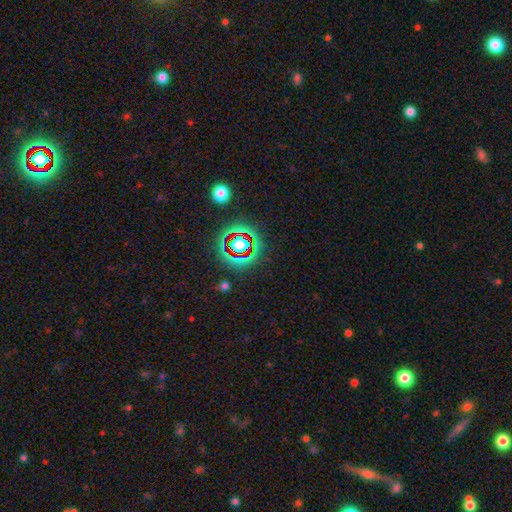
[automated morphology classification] Smooth or featured?
  - star or artifact: 74% *
  - featured or disk: 14%
  - smooth: 13%